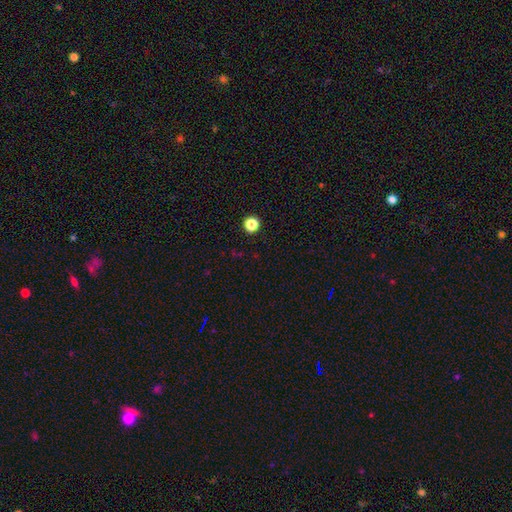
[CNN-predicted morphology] Q: Smooth or featured?
A: smooth (55%); runner-up: star or artifact (41%)
Q: How rounded?
A: round (91%); runner-up: in between (8%)
Q: Merging?
A: none (90%); runner-up: minor disturbance (5%)